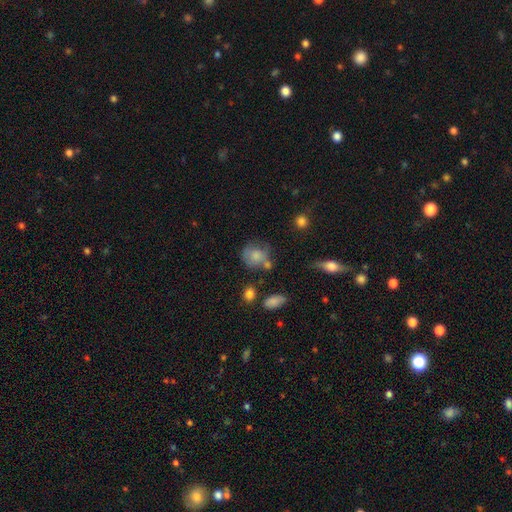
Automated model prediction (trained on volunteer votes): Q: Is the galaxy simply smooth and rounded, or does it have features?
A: smooth — 72%.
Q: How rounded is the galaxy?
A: round — 68%.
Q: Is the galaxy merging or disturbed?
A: none — 44%.